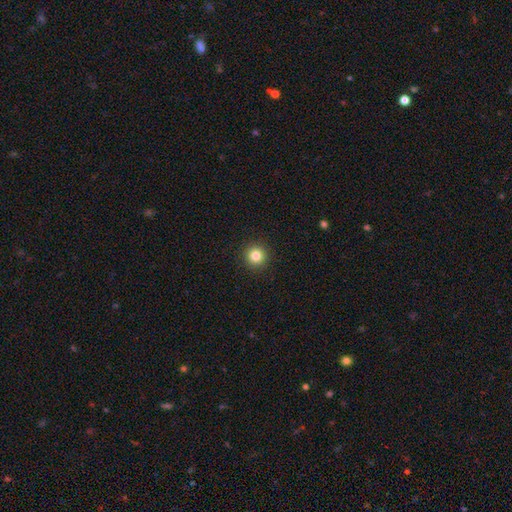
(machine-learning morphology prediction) This appears to be a smooth galaxy with no disk features (84%) that is round (95%). Merging: none (93%).